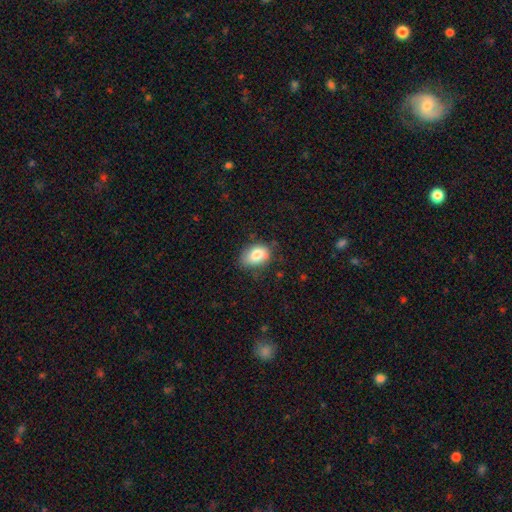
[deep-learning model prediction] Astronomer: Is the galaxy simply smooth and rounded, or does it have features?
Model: smooth — 80%.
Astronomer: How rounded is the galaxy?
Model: in between — 81%.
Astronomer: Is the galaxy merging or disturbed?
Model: none — 64%.